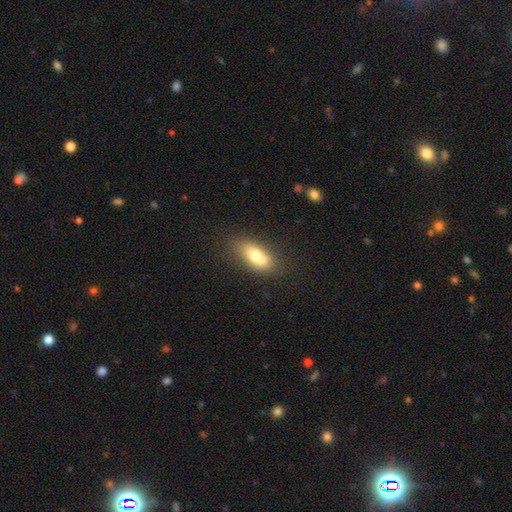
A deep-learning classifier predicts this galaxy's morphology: smooth-or-featured: smooth: 69% | featured or disk: 23% | star or artifact: 8%
  how-rounded: in between: 83% | cigar-shaped: 12% | round: 5%
  merging: none: 66% | minor disturbance: 18% | merger: 11% | major disturbance: 6%